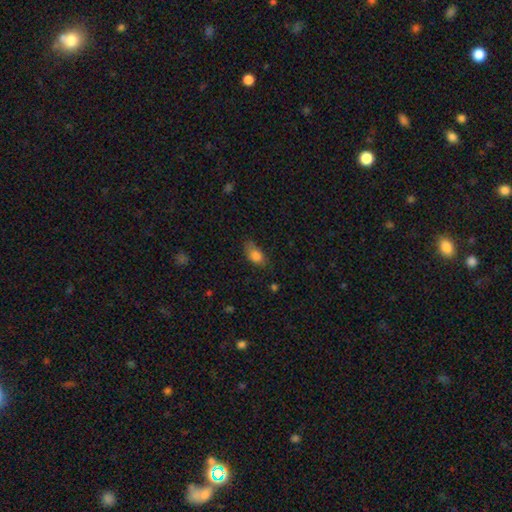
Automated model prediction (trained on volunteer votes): smooth 81%, featured or disk 10%, star or artifact 9%. Down the decision tree: how rounded — in between (85%); merging — none (61%).